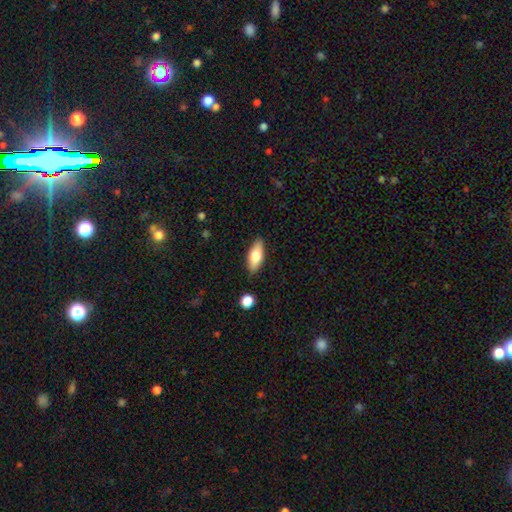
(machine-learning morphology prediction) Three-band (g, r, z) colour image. It shows a smooth galaxy with no disk features (71%) that is in between round and cigar-shaped (77%). Merging: none (86%).